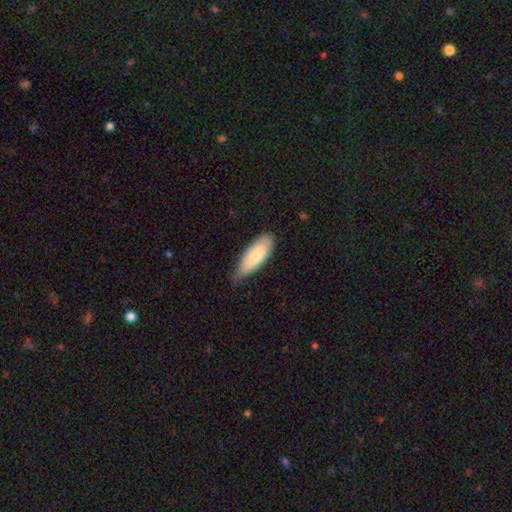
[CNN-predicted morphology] type=smooth (77%); roundness=in between (74%); merging=none (56%).